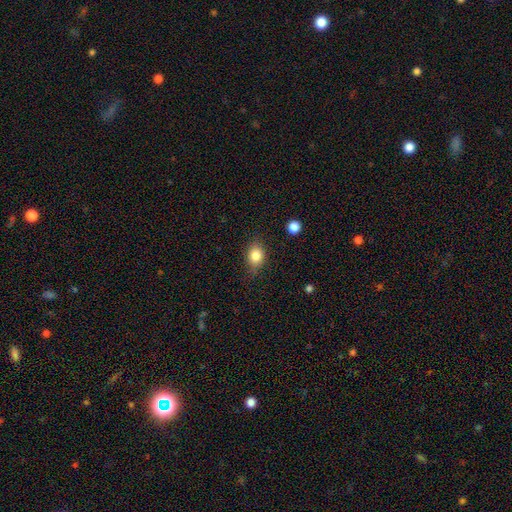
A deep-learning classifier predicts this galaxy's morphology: Smooth or featured? smooth (83%)
How rounded? in between (53%)
Merging? none (78%)